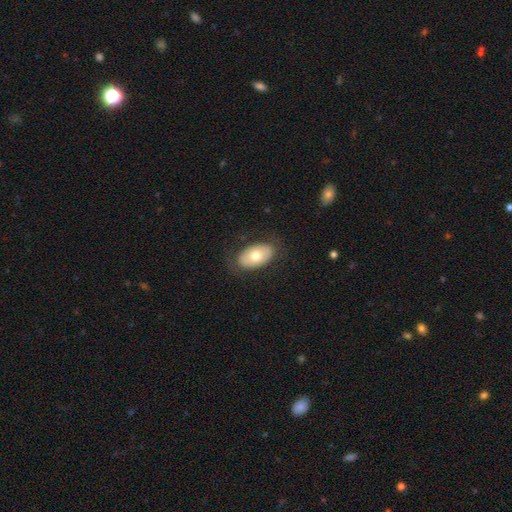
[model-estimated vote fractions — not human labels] smooth_or_featured: smooth (p=0.67) [alt: featured or disk p=0.27]
how_rounded: in between (p=0.91) [alt: round p=0.08]
merging: none (p=0.81) [alt: minor disturbance p=0.13]